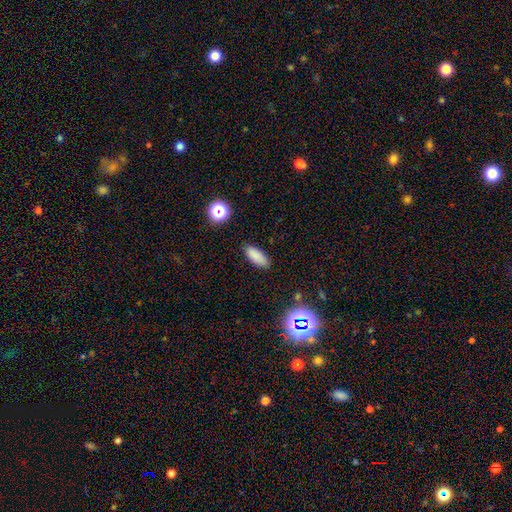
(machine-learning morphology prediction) A smooth galaxy with no disk features (84%) that is in between round and cigar-shaped (73%). Merging: none (87%).